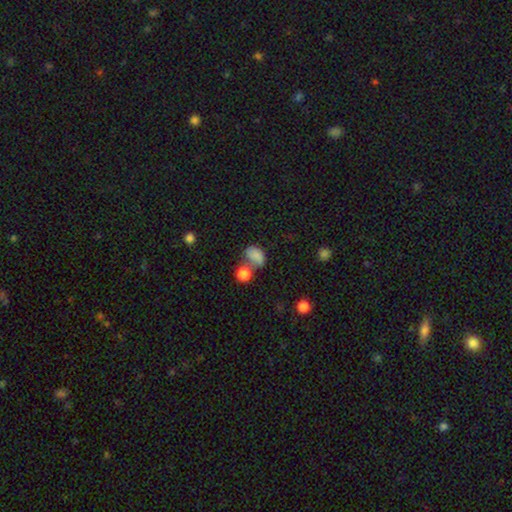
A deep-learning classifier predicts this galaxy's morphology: Overall: smooth (78%). How rounded: in between (70%). Merging: none (35%; merger 33%).